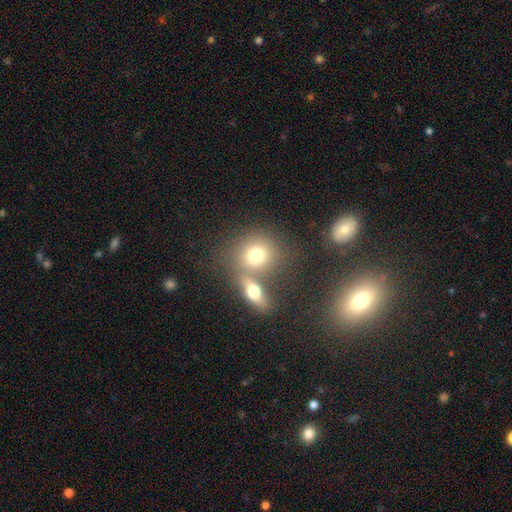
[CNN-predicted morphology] type=smooth (72%); roundness=round (75%); merging=none (47%).